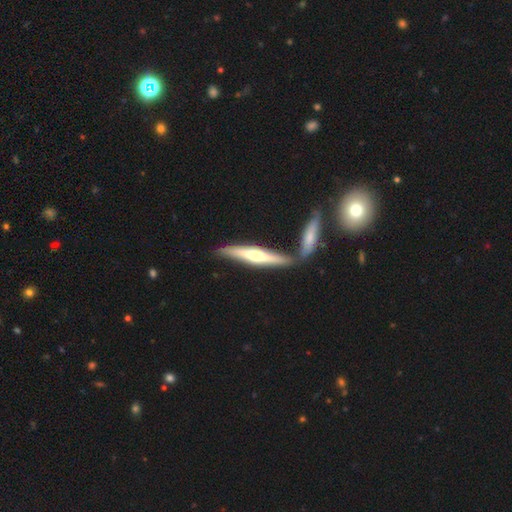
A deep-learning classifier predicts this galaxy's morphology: A featured or disk galaxy (55%) viewed edge-on (92%) with a rounded central bulge (80%). Merging: none (66%).